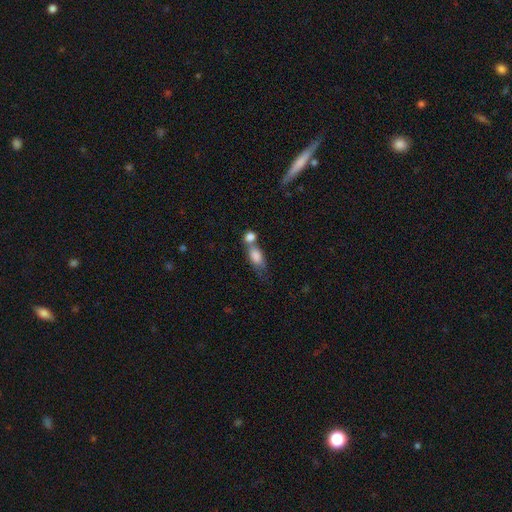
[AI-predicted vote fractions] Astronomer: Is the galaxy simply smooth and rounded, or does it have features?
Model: smooth — 80%.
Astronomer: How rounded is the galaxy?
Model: in between — 78%.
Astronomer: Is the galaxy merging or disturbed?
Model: merger — 56%.